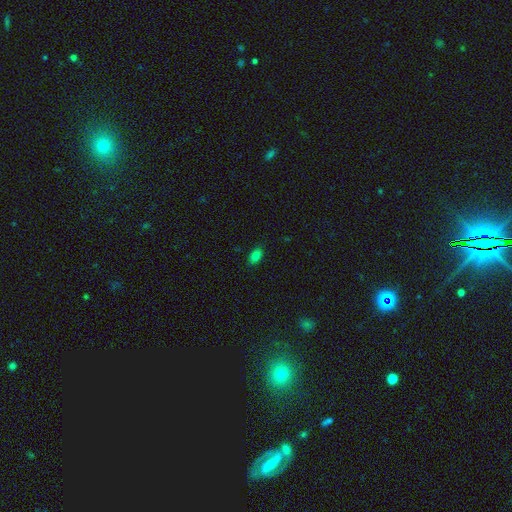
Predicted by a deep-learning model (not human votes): Q: Smooth or featured?
A: smooth (79%); runner-up: star or artifact (13%)
Q: How rounded?
A: in between (88%); runner-up: round (10%)
Q: Merging?
A: none (85%); runner-up: minor disturbance (12%)